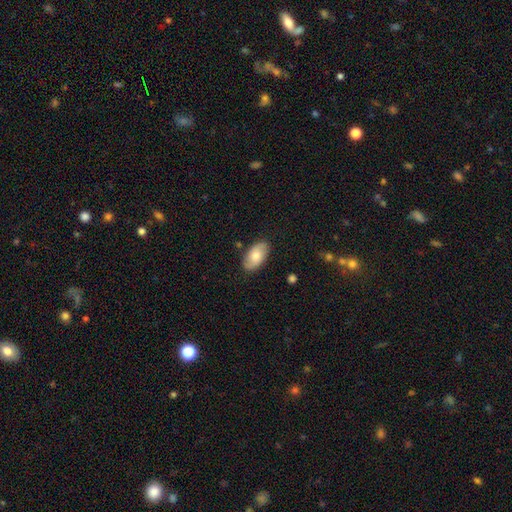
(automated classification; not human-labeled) Smooth or featured? Predicted: smooth (p=0.65). How rounded? Predicted: in between (p=0.94). Merging? Predicted: none (p=0.83).